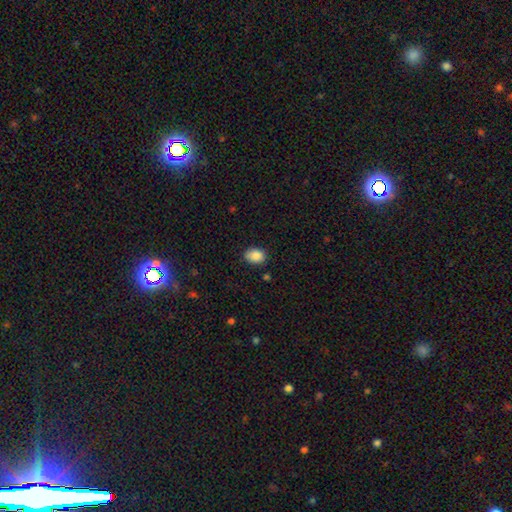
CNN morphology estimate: A smooth galaxy with no disk features (88%) that is in between round and cigar-shaped (70%).

Vote fractions:
- Smooth or featured? smooth: 88% / star or artifact: 8% / featured or disk: 4%
- How rounded? in between: 70% / round: 29% / cigar-shaped: 1%
- Merging? none: 83% / minor disturbance: 13% / major disturbance: 2% / merger: 1%